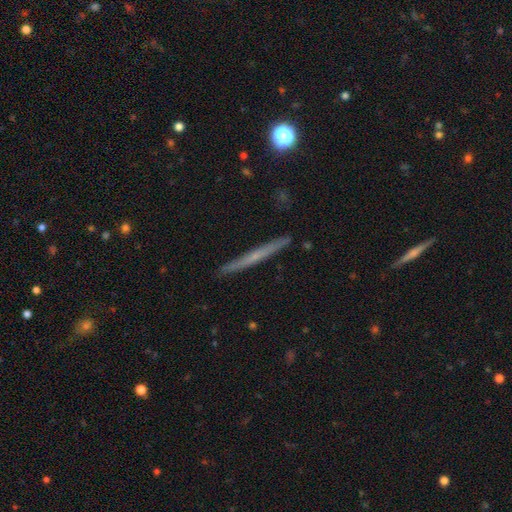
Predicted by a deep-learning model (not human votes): Smooth or featured? featured or disk (58%)
Edge-on disk? yes (97%)
Edge-on bulge? none (69%)
Merging? none (91%)